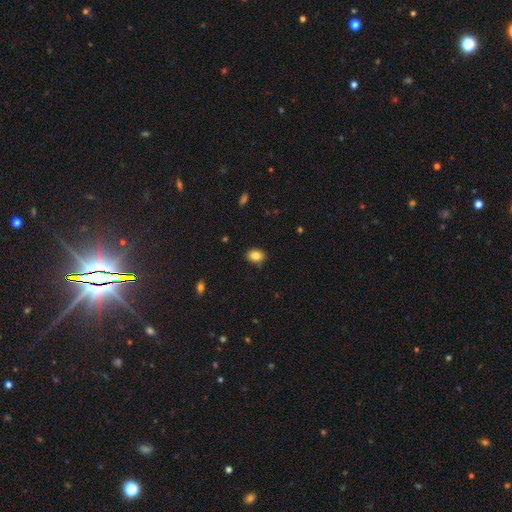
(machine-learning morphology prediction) A smooth galaxy with no disk features (86%) that is in between round and cigar-shaped (67%). Merging: none (87%).